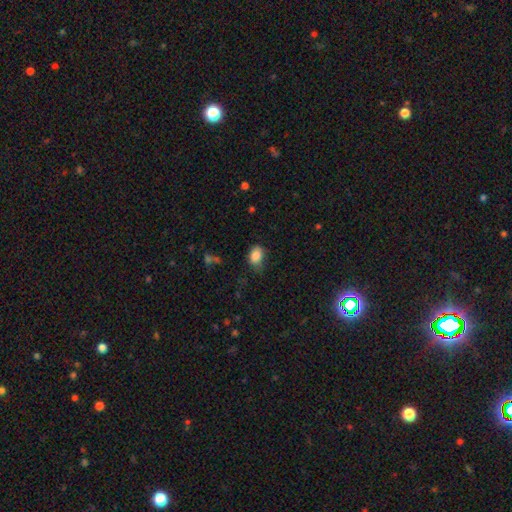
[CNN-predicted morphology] Q: Smooth or featured?
A: smooth (86%); runner-up: star or artifact (9%)
Q: How rounded?
A: in between (74%); runner-up: round (25%)
Q: Merging?
A: none (59%); runner-up: minor disturbance (31%)